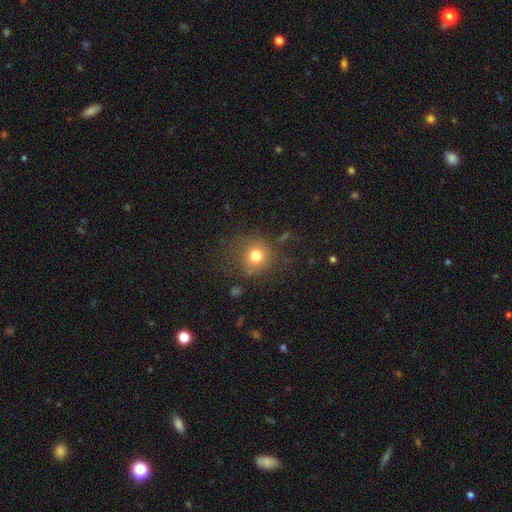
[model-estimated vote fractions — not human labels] A smooth galaxy with no disk features (76%) that is round (89%). Merging: none (77%).